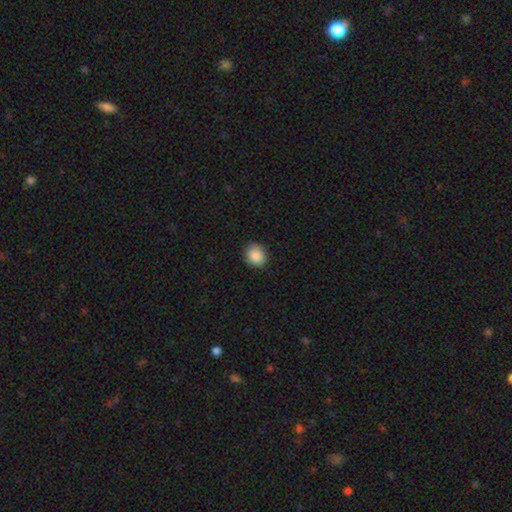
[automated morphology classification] Q: Smooth or featured?
A: smooth (88%); runner-up: star or artifact (9%)
Q: How rounded?
A: round (70%); runner-up: in between (29%)
Q: Merging?
A: none (88%); runner-up: minor disturbance (9%)